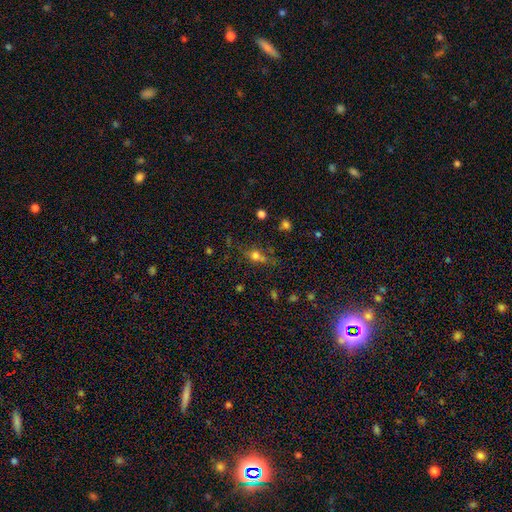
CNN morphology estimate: Overall: smooth (63%). How rounded: in between (50%; round 40%). Merging: none (60%; minor disturbance 20%).